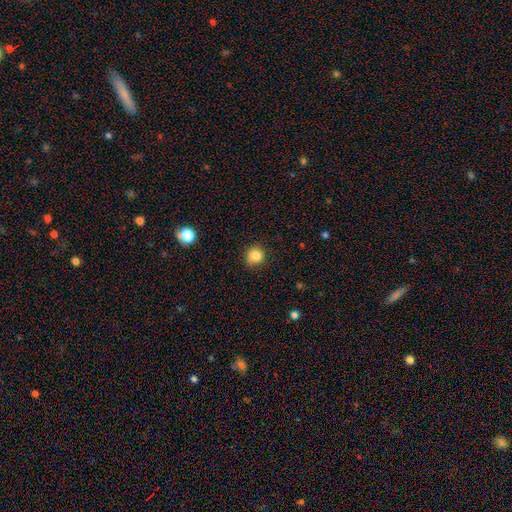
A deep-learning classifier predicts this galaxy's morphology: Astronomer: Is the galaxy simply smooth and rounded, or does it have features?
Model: smooth — 83%.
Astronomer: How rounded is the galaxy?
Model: round — 88%.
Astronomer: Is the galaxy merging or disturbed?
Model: none — 85%.